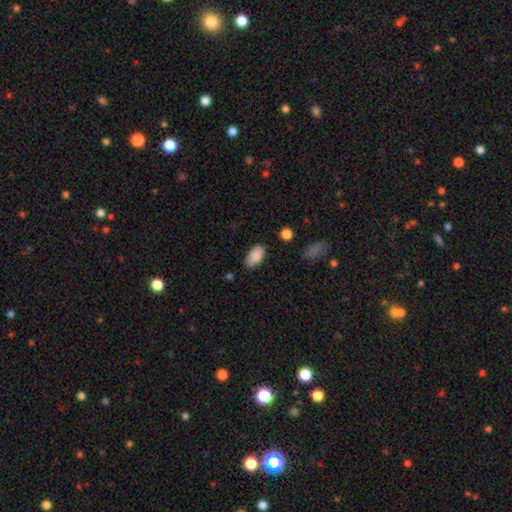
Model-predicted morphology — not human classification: type=smooth (88%); roundness=in between (94%); merging=none (79%).